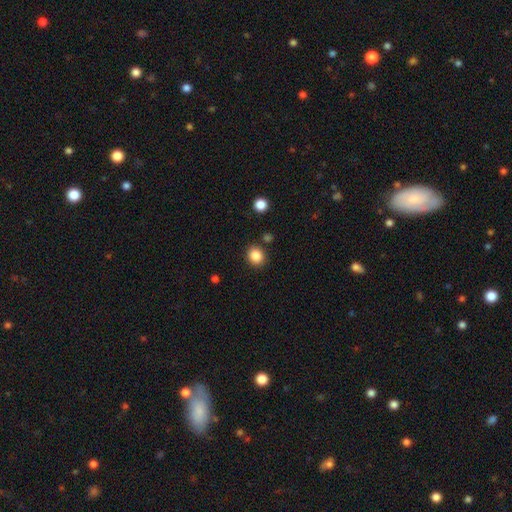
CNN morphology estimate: A smooth galaxy with no disk features (86%) that is round (75%).

Vote fractions:
- Smooth or featured? smooth: 86% / star or artifact: 10% / featured or disk: 4%
- How rounded? round: 75% / in between: 24% / cigar-shaped: 1%
- Merging? none: 85% / minor disturbance: 8% / merger: 4% / major disturbance: 3%